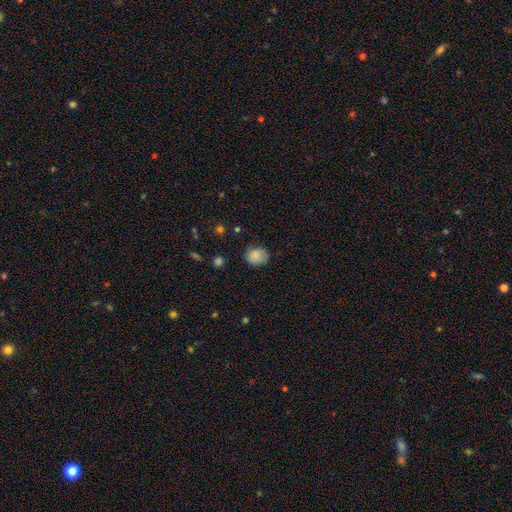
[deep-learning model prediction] A smooth galaxy with no disk features (86%) that is round (64%).

Vote fractions:
- Smooth or featured? smooth: 86% / star or artifact: 9% / featured or disk: 6%
- How rounded? round: 64% / in between: 36% / cigar-shaped: 1%
- Merging? none: 80% / minor disturbance: 16% / major disturbance: 3% / merger: 1%